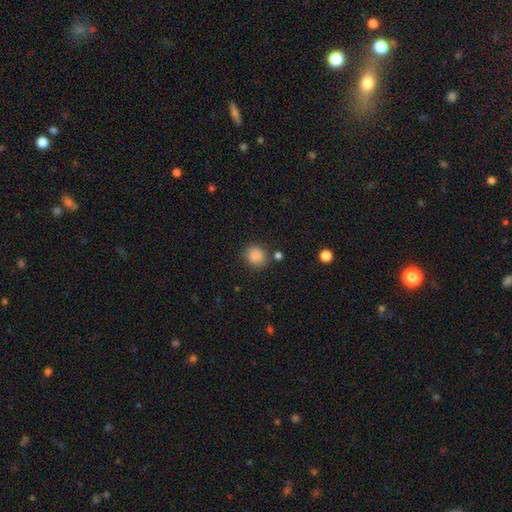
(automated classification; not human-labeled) This is clearly a smooth galaxy (86%). How rounded: likely round (73%). Merging: clearly none (81%).